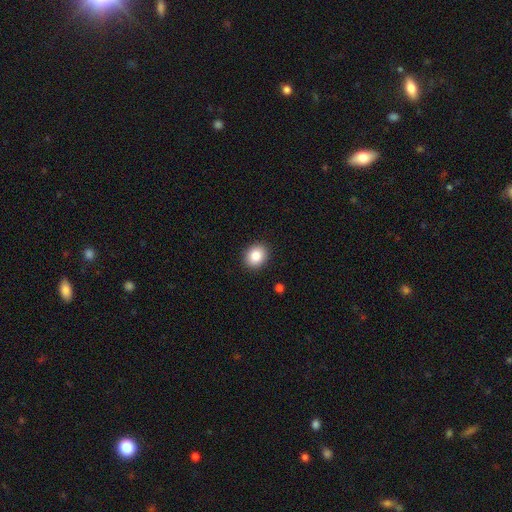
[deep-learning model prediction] smooth_or_featured: smooth (p=0.85) [alt: star or artifact p=0.09]
how_rounded: round (p=0.65) [alt: in between p=0.35]
merging: none (p=0.91) [alt: minor disturbance p=0.06]